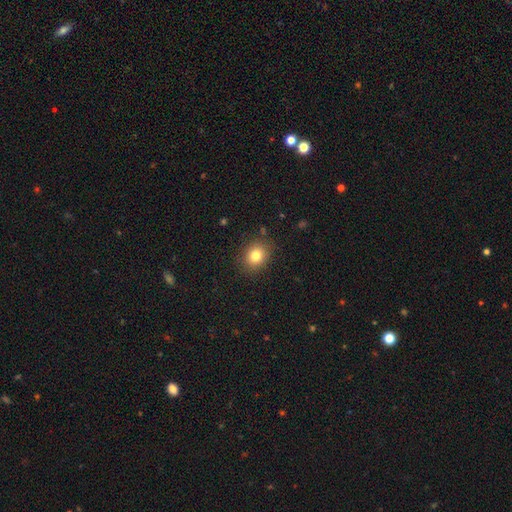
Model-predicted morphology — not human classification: Smooth or featured? Predicted: smooth (p=0.80). How rounded? Predicted: round (p=0.63). Merging? Predicted: none (p=0.86).